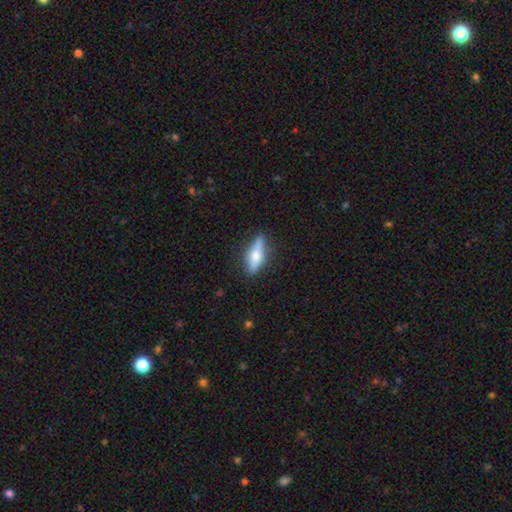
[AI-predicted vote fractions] featured or disk 47%, smooth 46%, star or artifact 7%. Down the decision tree: merging — none (84%).